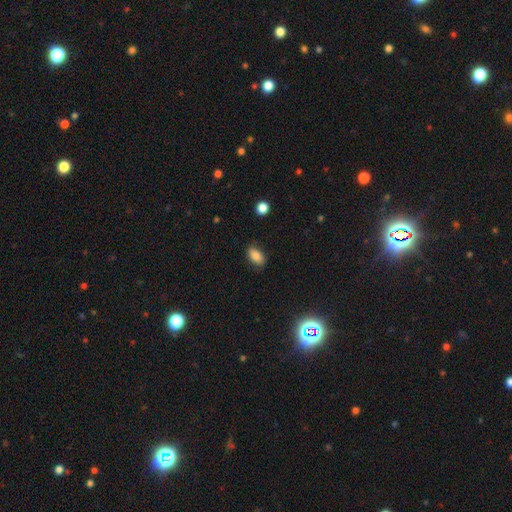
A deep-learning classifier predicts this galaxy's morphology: The model was most divided on "merging": none: 80%, minor disturbance: 16%, major disturbance: 3%, merger: 1%. More confident: how rounded — in between (89%); smooth or featured — smooth (83%).